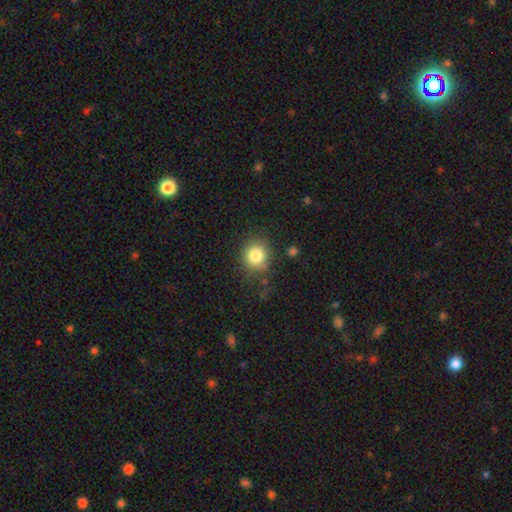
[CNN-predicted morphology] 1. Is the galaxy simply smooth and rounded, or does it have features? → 83% smooth, 11% star or artifact, 7% featured or disk.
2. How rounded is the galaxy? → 82% round, 17% in between, 1% cigar-shaped.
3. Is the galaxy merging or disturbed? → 82% none, 12% minor disturbance, 4% major disturbance, 2% merger.